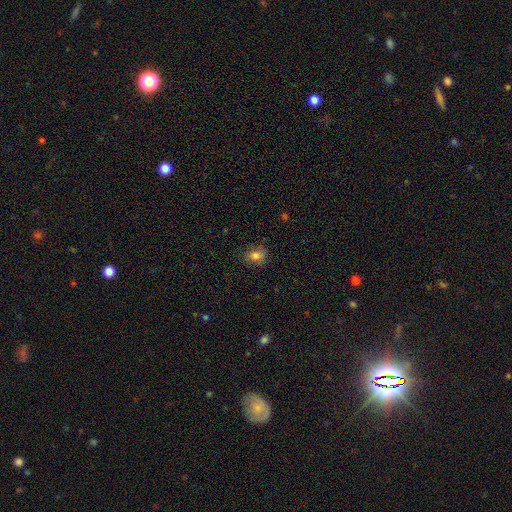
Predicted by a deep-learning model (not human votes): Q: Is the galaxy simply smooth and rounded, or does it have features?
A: smooth — 79%.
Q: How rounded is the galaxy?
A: in between — 67%.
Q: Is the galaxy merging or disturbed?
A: none — 74%.